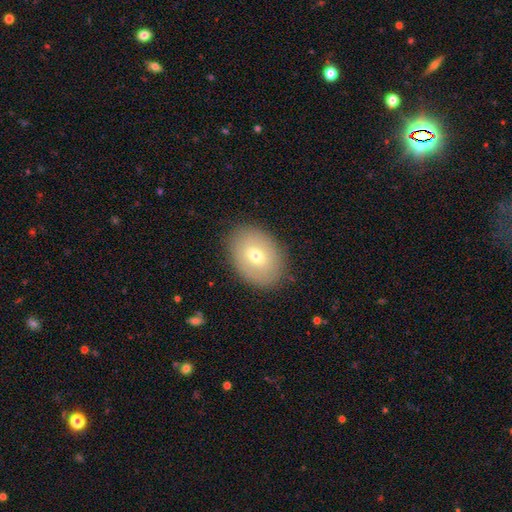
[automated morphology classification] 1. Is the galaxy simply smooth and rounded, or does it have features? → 62% smooth, 29% featured or disk, 9% star or artifact.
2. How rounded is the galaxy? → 74% in between, 25% round, 1% cigar-shaped.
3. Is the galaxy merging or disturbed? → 85% none, 11% minor disturbance, 4% major disturbance, 1% merger.